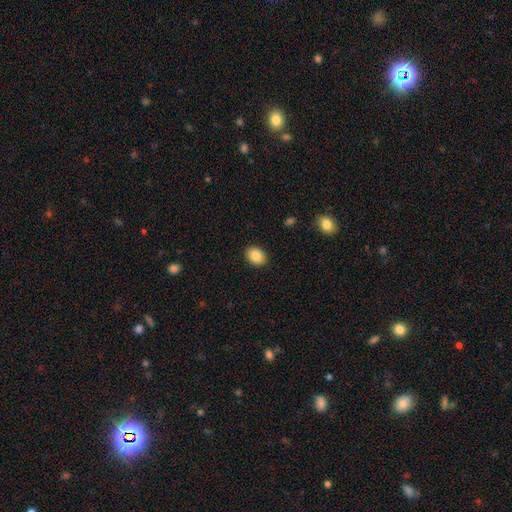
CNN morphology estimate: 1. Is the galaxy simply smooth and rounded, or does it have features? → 85% smooth, 8% star or artifact, 6% featured or disk.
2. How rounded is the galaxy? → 67% in between, 32% round, 1% cigar-shaped.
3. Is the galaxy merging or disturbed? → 90% none, 7% minor disturbance, 2% major disturbance, 1% merger.